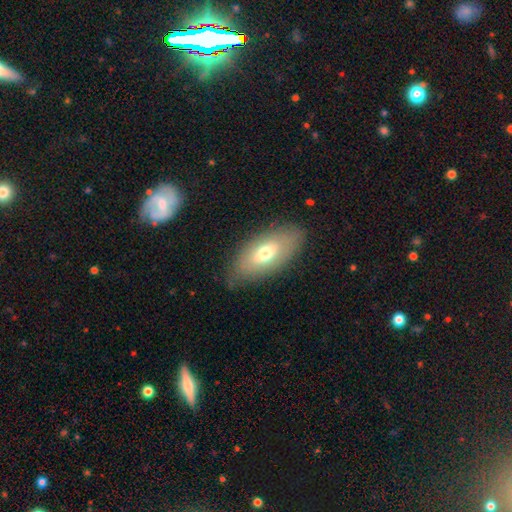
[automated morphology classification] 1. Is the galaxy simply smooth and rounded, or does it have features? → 57% smooth, 34% featured or disk, 9% star or artifact.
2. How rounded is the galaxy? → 85% in between, 11% cigar-shaped, 3% round.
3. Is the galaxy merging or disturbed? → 82% none, 13% minor disturbance, 3% major disturbance, 2% merger.